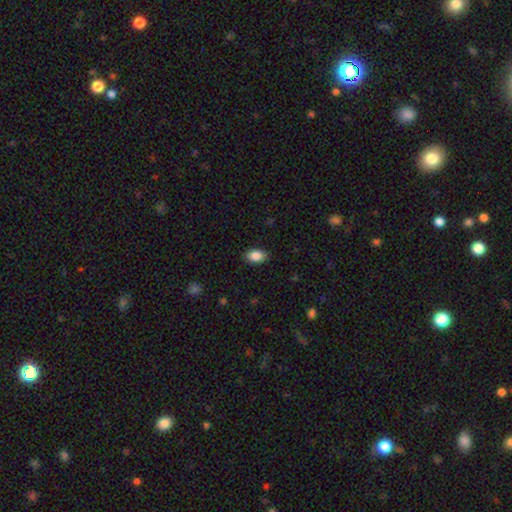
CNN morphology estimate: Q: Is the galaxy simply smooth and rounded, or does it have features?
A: smooth — 88%.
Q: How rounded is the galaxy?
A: in between — 90%.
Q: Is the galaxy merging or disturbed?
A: none — 88%.